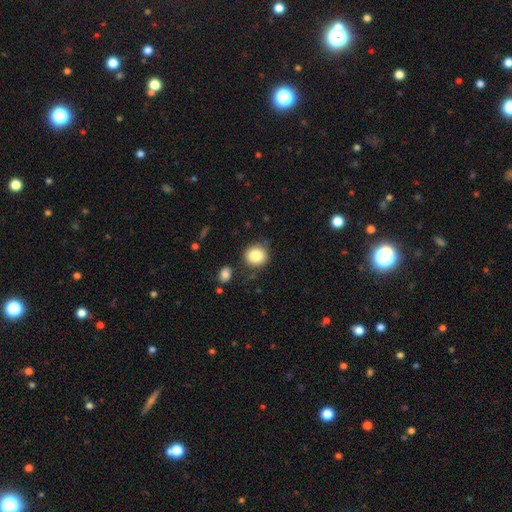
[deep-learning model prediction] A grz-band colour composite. It shows a smooth galaxy with no disk features (86%) that is round (85%). Merging: none (81%).